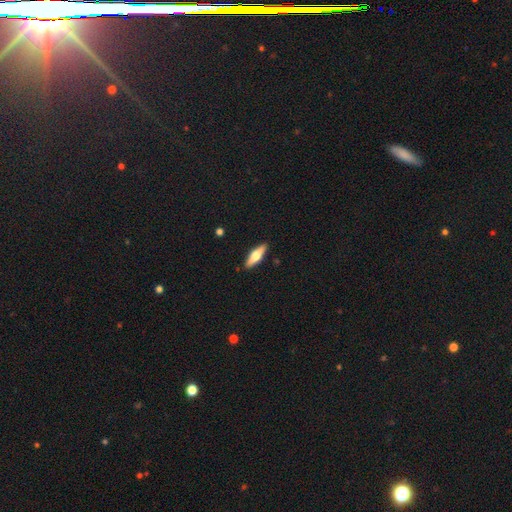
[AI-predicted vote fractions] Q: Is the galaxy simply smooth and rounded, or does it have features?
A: featured or disk — 50%.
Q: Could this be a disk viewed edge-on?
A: yes — 93%.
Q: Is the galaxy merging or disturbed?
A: none — 90%.